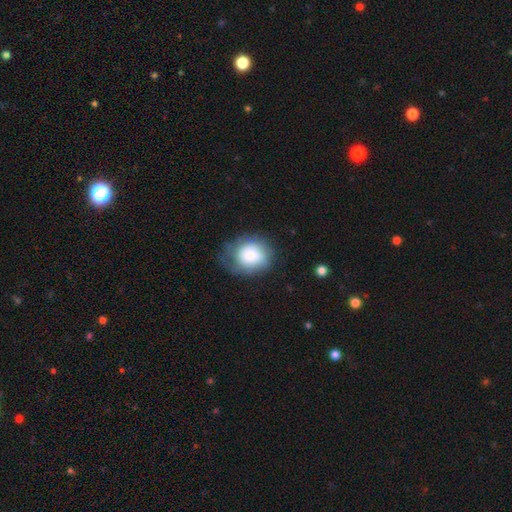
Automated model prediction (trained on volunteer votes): smooth-or-featured: smooth: 76% | featured or disk: 16% | star or artifact: 8%
  how-rounded: round: 71% | in between: 28% | cigar-shaped: 1%
  merging: none: 55% | minor disturbance: 28% | major disturbance: 15% | merger: 2%